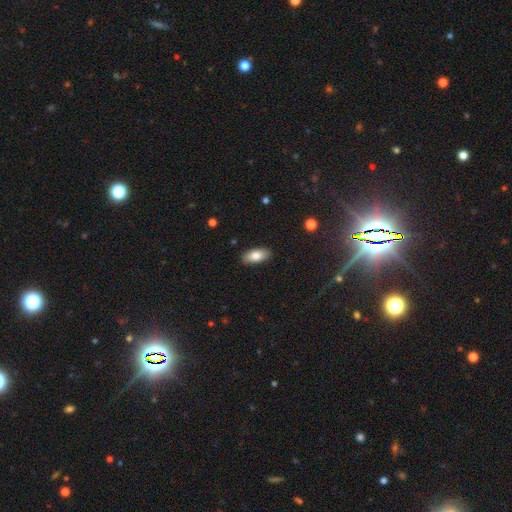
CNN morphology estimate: smooth_or_featured: smooth (p=0.81) [alt: featured or disk p=0.12]
how_rounded: in between (p=0.90) [alt: cigar-shaped p=0.08]
merging: none (p=0.87) [alt: minor disturbance p=0.10]